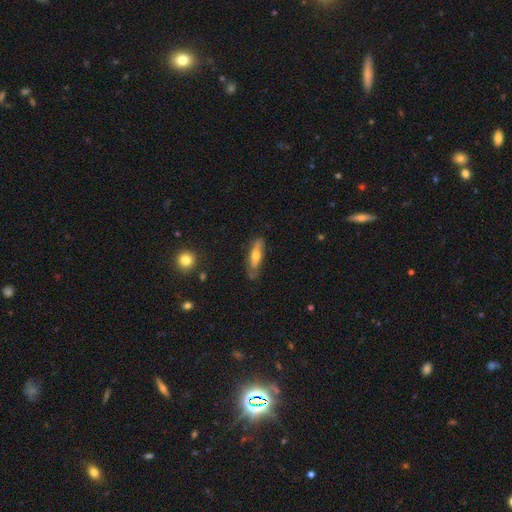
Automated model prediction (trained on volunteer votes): Smooth or featured: smooth — 50% (featured or disk — 44%)
Merging: none — 71% (minor disturbance — 22%)